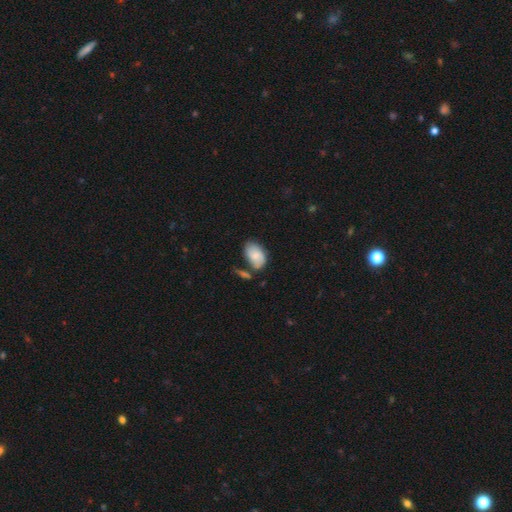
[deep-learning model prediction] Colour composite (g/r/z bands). It shows a smooth galaxy with no disk features (76%) that is in between round and cigar-shaped (90%). Merging: none (46%).